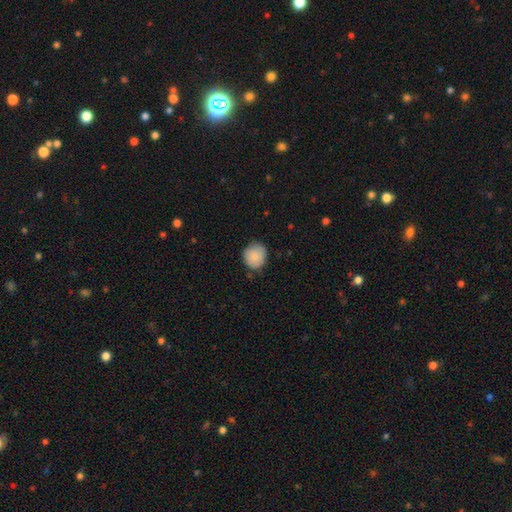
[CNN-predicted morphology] This is clearly a smooth galaxy (87%). How rounded: clearly round (83%). Merging: likely none (76%).